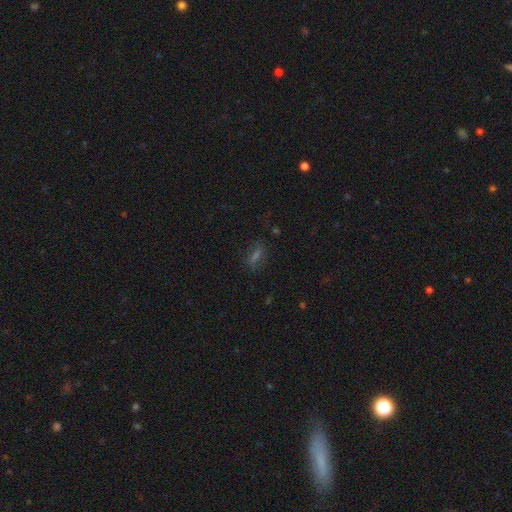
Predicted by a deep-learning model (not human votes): Smooth or featured: smooth — 49% (star or artifact — 30%)
Merging: none — 74% (minor disturbance — 15%)